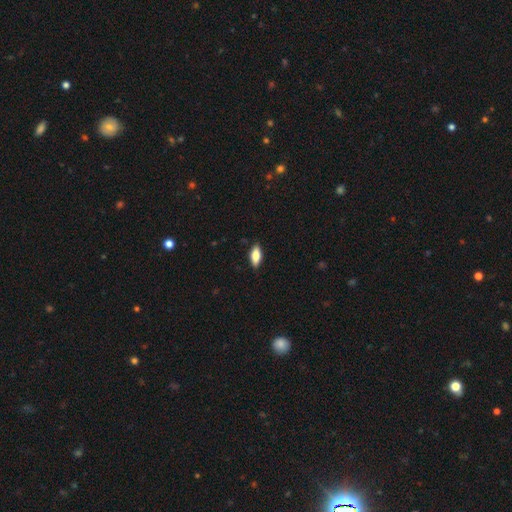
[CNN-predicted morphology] A smooth galaxy with no disk features (76%) that is in between round and cigar-shaped (78%).

Vote fractions:
- Smooth or featured? smooth: 76% / featured or disk: 18% / star or artifact: 7%
- How rounded? in between: 78% / cigar-shaped: 19% / round: 3%
- Merging? none: 86% / minor disturbance: 11% / major disturbance: 2% / merger: 1%